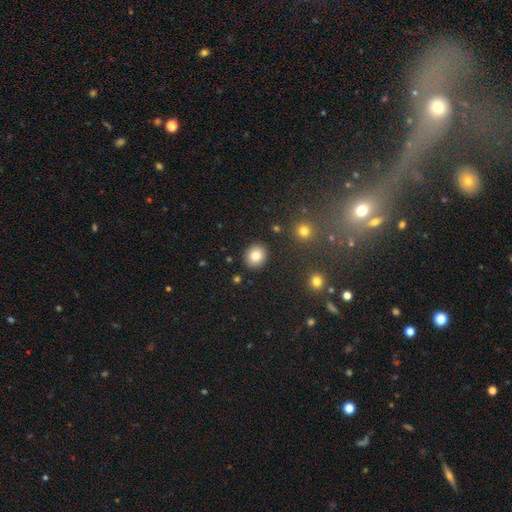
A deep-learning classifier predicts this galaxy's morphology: The model was most divided on "how rounded": round: 70%, in between: 29%, cigar-shaped: 1%. More confident: merging — none (90%); smooth or featured — smooth (82%).